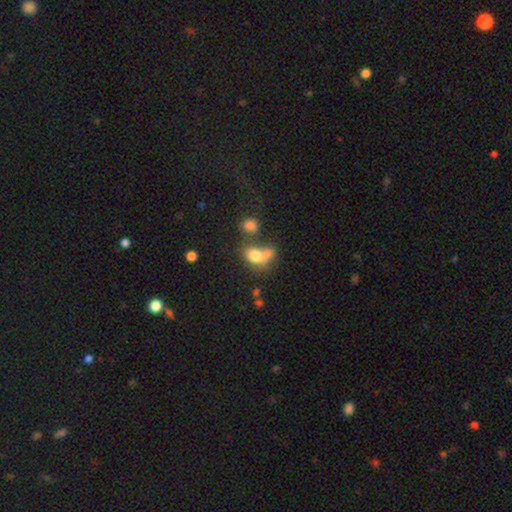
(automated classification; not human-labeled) This appears to be a smooth galaxy with no disk features (75%) that is in between round and cigar-shaped (68%). Merging: merger (46%).